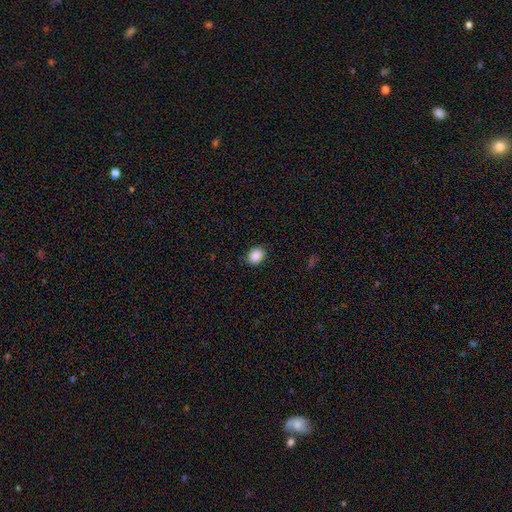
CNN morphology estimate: Overall: smooth (89%). How rounded: in between (54%; round 45%). Merging: none (82%).